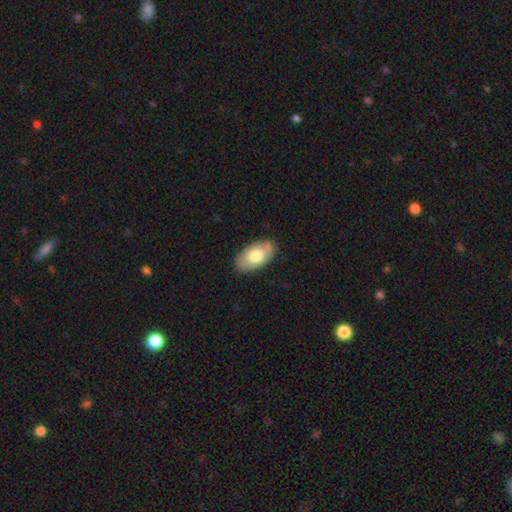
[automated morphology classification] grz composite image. It shows a smooth galaxy with no disk features (73%) that is in between round and cigar-shaped (94%). Merging: none (81%).